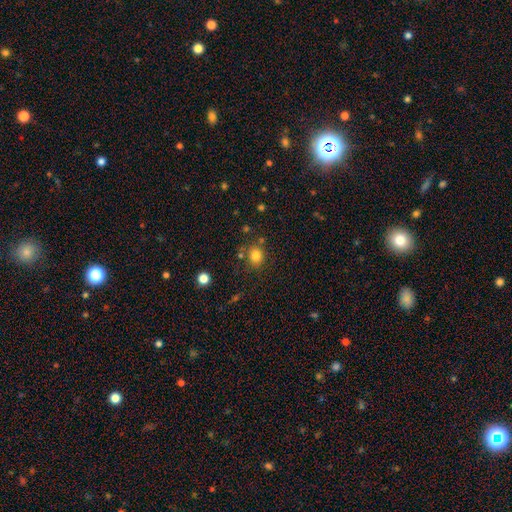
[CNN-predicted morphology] The model was most divided on "how rounded": round: 69%, in between: 30%, cigar-shaped: 1%. More confident: smooth or featured — smooth (81%); merging — none (76%).